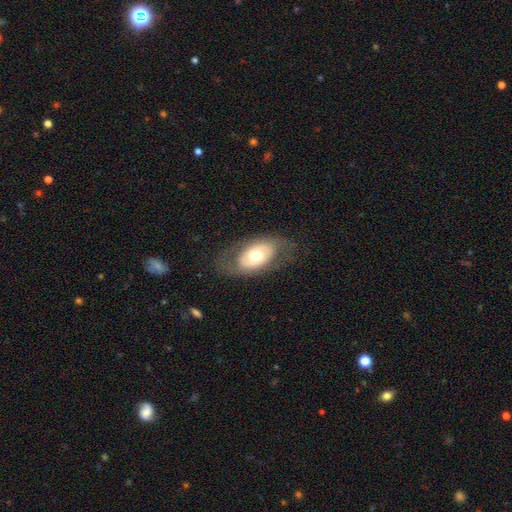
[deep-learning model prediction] A featured or disk galaxy (50%). Merging: none (74%).